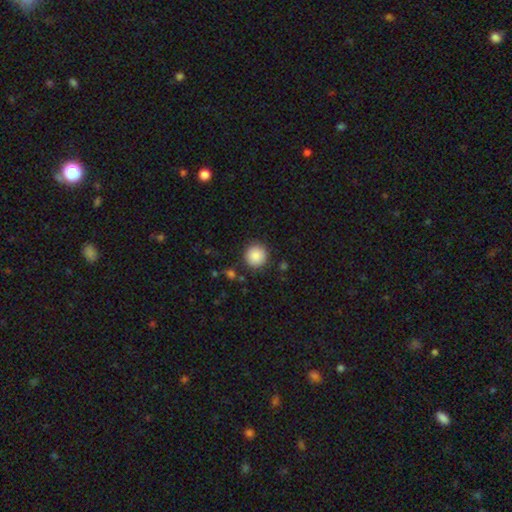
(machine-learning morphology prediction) smooth_or_featured: smooth (p=0.88) [alt: star or artifact p=0.08]
how_rounded: round (p=0.95) [alt: in between p=0.04]
merging: none (p=0.89) [alt: minor disturbance p=0.07]